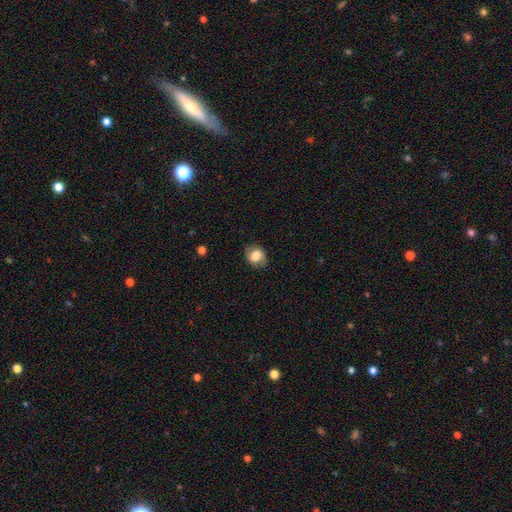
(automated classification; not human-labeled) This is likely a smooth galaxy (73%). How rounded: possibly round (60%). Merging: clearly none (81%).